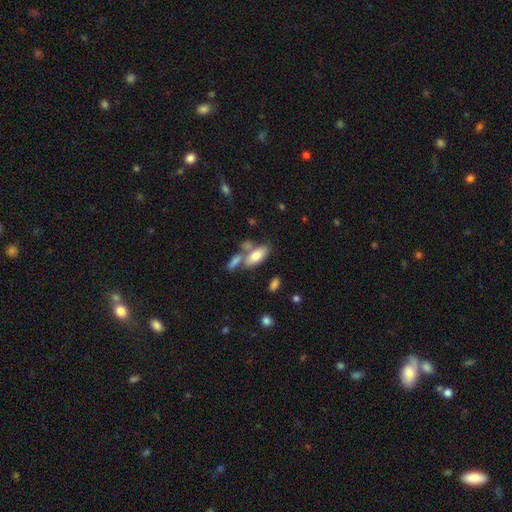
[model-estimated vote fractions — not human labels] smooth_or_featured: smooth (p=0.75) [alt: featured or disk p=0.18]
how_rounded: in between (p=0.83) [alt: cigar-shaped p=0.14]
merging: none (p=0.49) [alt: merger p=0.32]